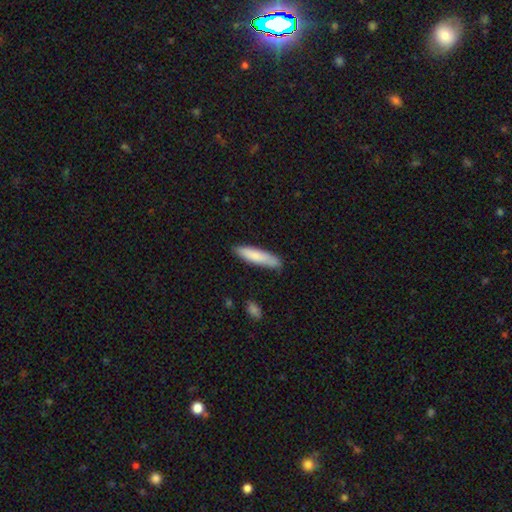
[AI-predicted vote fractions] The model was most divided on "how rounded": cigar-shaped: 78%, in between: 20%, round: 1%. More confident: smooth or featured — smooth (82%); merging — none (80%).